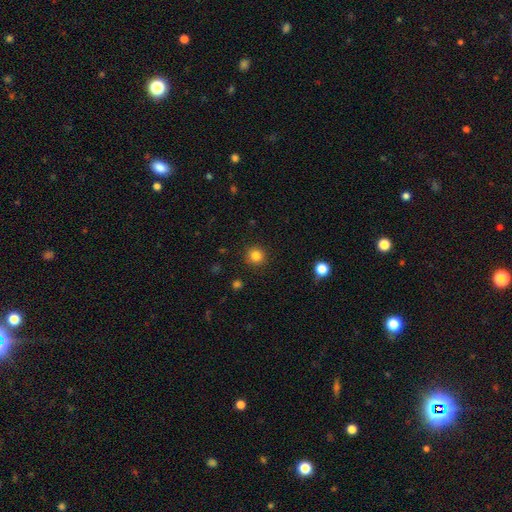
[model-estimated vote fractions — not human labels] smooth 83%, star or artifact 12%, featured or disk 5%. Down the decision tree: how rounded — round (94%); merging — none (91%).